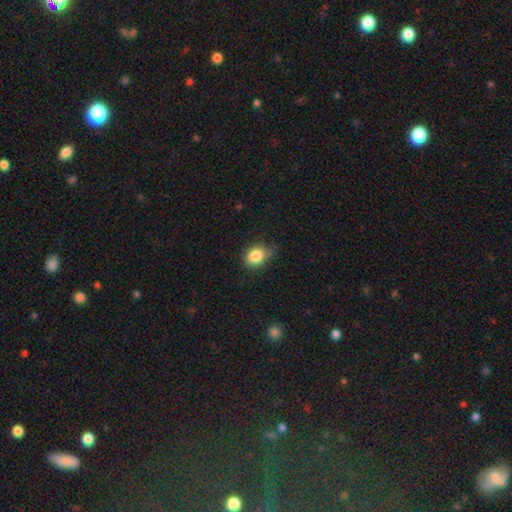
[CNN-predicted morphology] Q: Smooth or featured?
A: smooth (85%); runner-up: star or artifact (9%)
Q: How rounded?
A: round (50%); runner-up: in between (49%)
Q: Merging?
A: none (69%); runner-up: minor disturbance (25%)